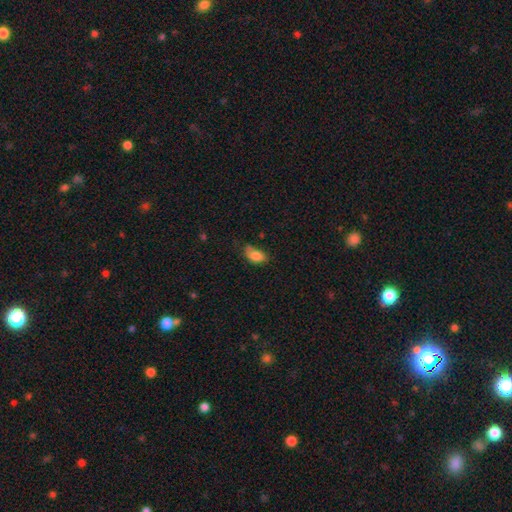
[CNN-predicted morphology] smooth 81%, featured or disk 10%, star or artifact 9%. Down the decision tree: how rounded — in between (87%); merging — none (46%).